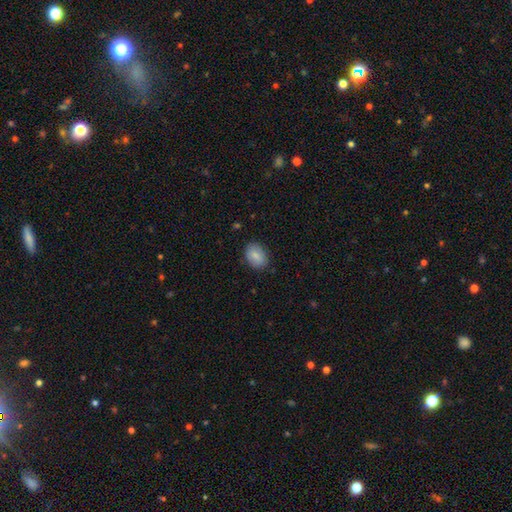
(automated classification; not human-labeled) A smooth galaxy with no disk features (84%) that is in between round and cigar-shaped (74%).

Vote fractions:
- Smooth or featured? smooth: 84% / featured or disk: 9% / star or artifact: 7%
- How rounded? in between: 74% / round: 25% / cigar-shaped: 1%
- Merging? none: 83% / minor disturbance: 13% / major disturbance: 3% / merger: 1%